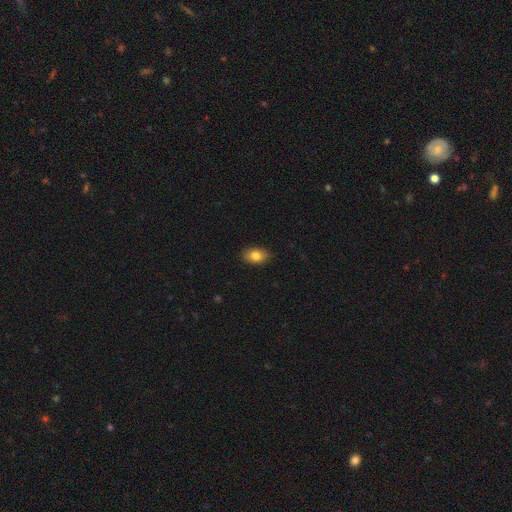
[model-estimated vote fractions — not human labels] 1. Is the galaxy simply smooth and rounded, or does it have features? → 83% smooth, 9% featured or disk, 8% star or artifact.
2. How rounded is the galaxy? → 86% in between, 12% round, 2% cigar-shaped.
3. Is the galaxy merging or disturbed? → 88% none, 9% minor disturbance, 2% major disturbance, 1% merger.